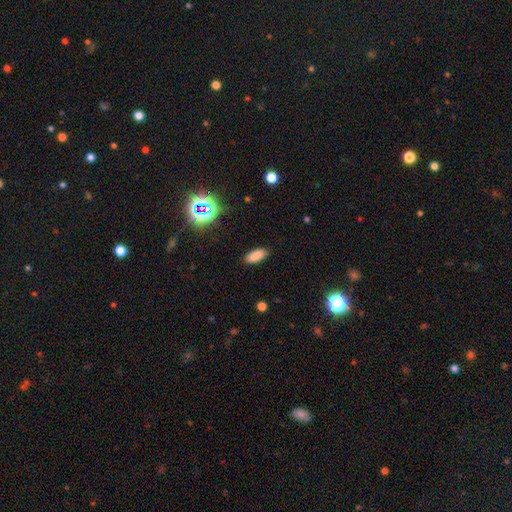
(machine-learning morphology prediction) Smooth or featured?
  - smooth: 83% *
  - star or artifact: 13%
  - featured or disk: 4%
How rounded?
  - in between: 84% *
  - cigar-shaped: 13%
  - round: 3%
Merging?
  - none: 88% *
  - minor disturbance: 8%
  - major disturbance: 2%
  - merger: 1%